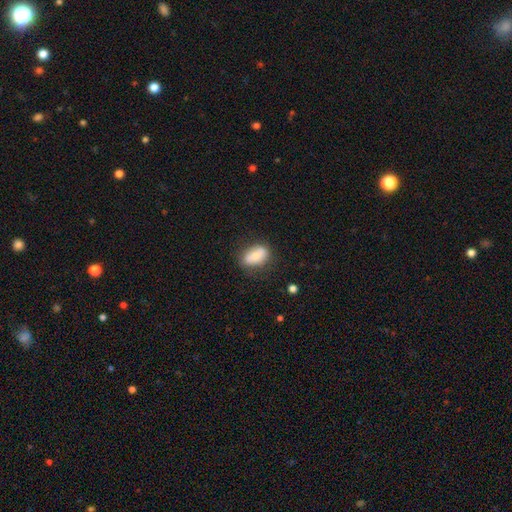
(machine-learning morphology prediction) Smooth or featured: smooth — 74% (featured or disk — 19%)
How rounded: in between — 87% (round — 9%)
Merging: none — 70% (minor disturbance — 20%)